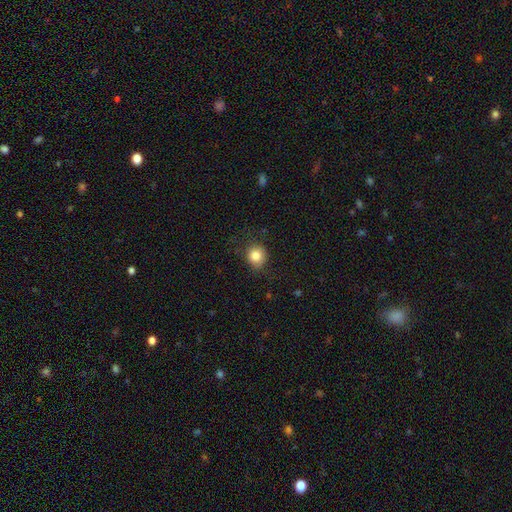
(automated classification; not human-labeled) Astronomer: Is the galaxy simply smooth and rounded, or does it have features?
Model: smooth — 83%.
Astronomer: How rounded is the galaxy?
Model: round — 83%.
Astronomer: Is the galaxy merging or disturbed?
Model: none — 78%.